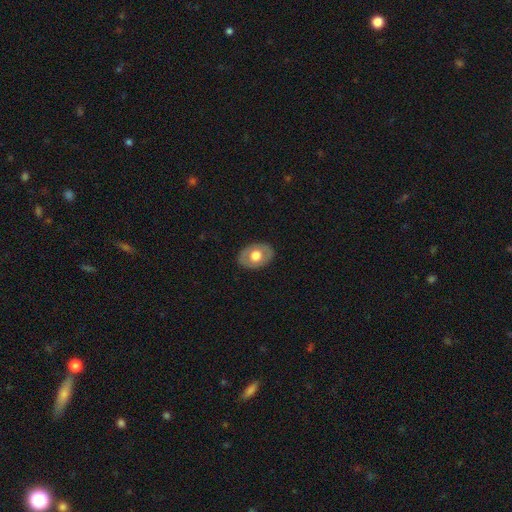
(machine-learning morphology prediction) This is possibly a smooth galaxy (54%). How rounded: likely in between (73%). Merging: clearly none (84%).